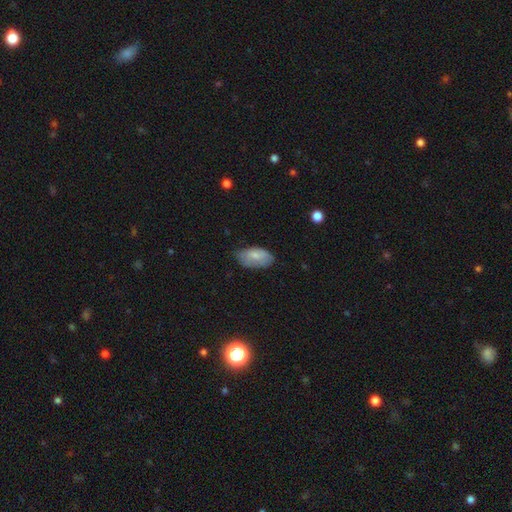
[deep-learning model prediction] Morphology: type=smooth (75%); roundness=in between (94%); merging=none (60%).